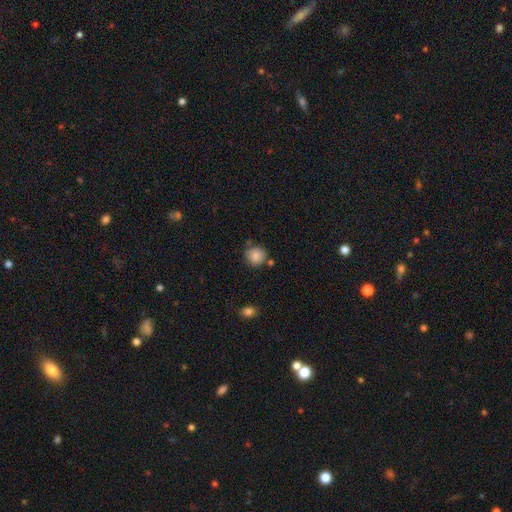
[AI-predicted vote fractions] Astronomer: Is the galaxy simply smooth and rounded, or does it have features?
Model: smooth — 85%.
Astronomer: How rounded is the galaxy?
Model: round — 88%.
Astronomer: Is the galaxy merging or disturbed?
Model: none — 72%.